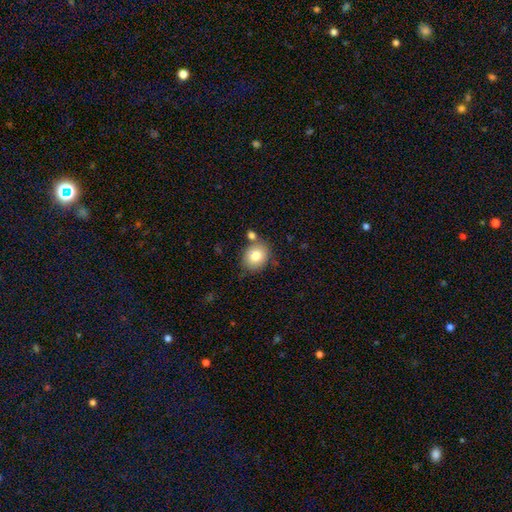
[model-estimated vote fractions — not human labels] This is clearly a smooth galaxy (80%). How rounded: likely round (66%). Merging: likely none (74%).